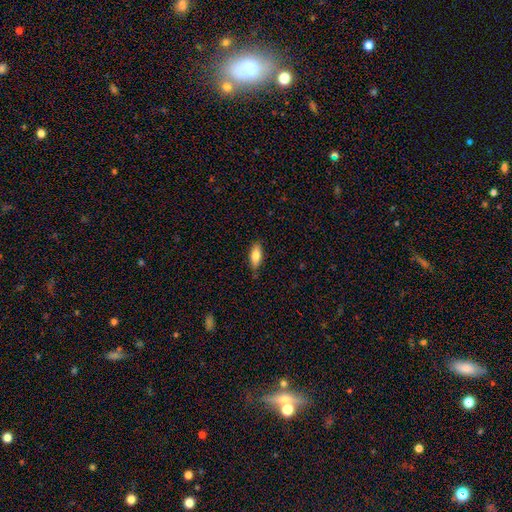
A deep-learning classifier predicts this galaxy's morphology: The model was most divided on "how rounded": in between: 73%, cigar-shaped: 25%, round: 2%. More confident: smooth or featured — smooth (78%); merging — none (76%).